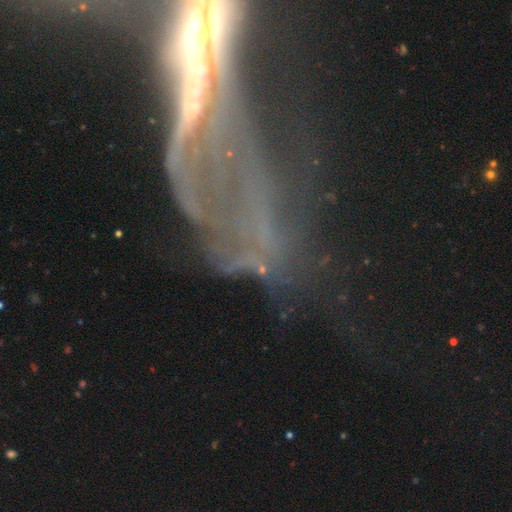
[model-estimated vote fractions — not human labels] Smooth or featured? Predicted: featured or disk (p=0.60). Edge-on disk? Predicted: no (p=0.71). Merging? Predicted: major disturbance (p=0.45).